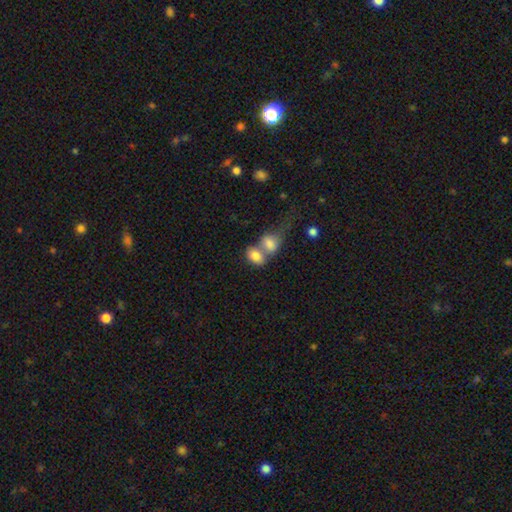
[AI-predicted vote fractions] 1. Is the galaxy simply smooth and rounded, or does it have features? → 80% smooth, 12% featured or disk, 8% star or artifact.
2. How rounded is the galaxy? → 77% in between, 21% round, 2% cigar-shaped.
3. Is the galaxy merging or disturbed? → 64% merger, 23% none, 7% minor disturbance, 5% major disturbance.